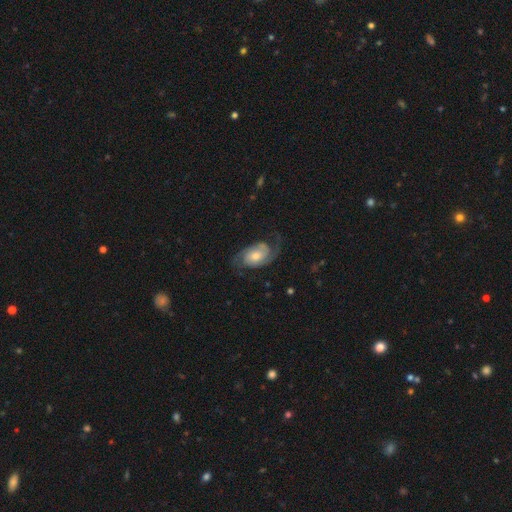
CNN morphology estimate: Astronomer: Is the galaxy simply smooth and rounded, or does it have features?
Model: featured or disk — 81%.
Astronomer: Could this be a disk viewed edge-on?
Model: no — 97%.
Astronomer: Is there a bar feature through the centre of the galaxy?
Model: no — 69%.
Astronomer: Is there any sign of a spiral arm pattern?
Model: yes — 95%.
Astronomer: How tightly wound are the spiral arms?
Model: medium — 44% (runner-up: tight, 30%).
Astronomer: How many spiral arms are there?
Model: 2 — 87%.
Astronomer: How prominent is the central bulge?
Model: moderate — 55%.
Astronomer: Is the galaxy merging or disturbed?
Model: none — 67%.